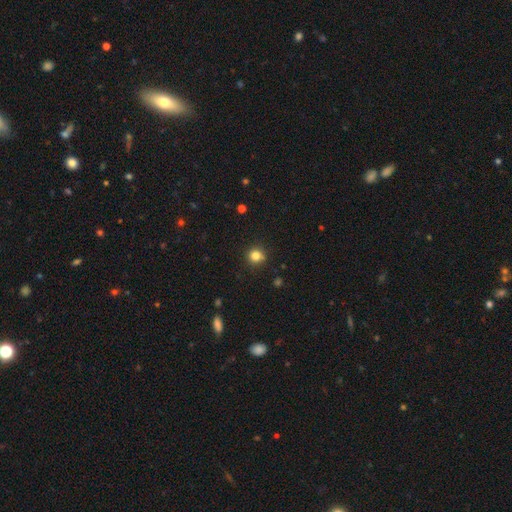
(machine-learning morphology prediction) type=smooth (83%); roundness=round (87%); merging=none (88%).